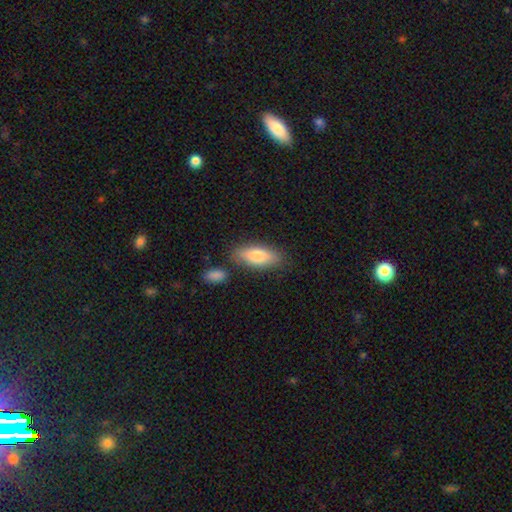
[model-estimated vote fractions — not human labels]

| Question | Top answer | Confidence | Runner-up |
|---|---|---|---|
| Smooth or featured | smooth | 81% | featured or disk (13%) |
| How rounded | in between | 75% | cigar-shaped (22%) |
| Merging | none | 75% | minor disturbance (14%) |